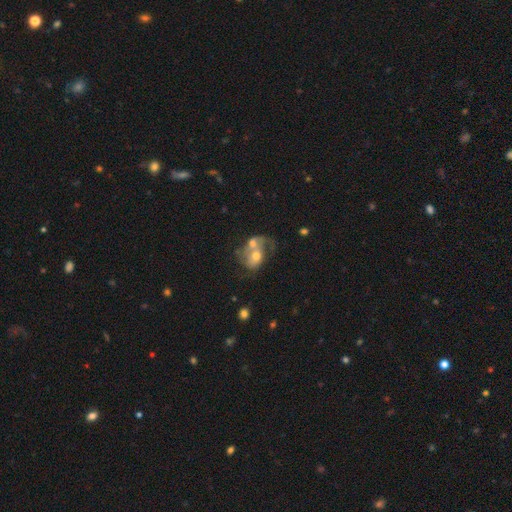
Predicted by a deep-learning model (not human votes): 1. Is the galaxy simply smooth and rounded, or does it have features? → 51% featured or disk, 40% smooth, 9% star or artifact.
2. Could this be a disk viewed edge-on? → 97% no, 3% yes.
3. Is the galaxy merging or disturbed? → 67% merger, 13% major disturbance, 12% none, 7% minor disturbance.